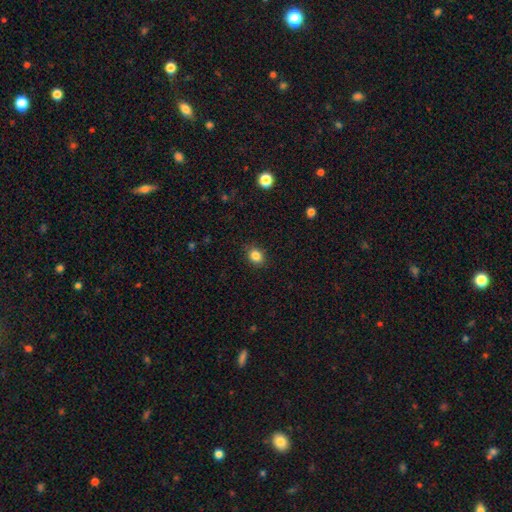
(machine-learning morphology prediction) type=smooth (85%); roundness=round (55%); merging=none (87%).